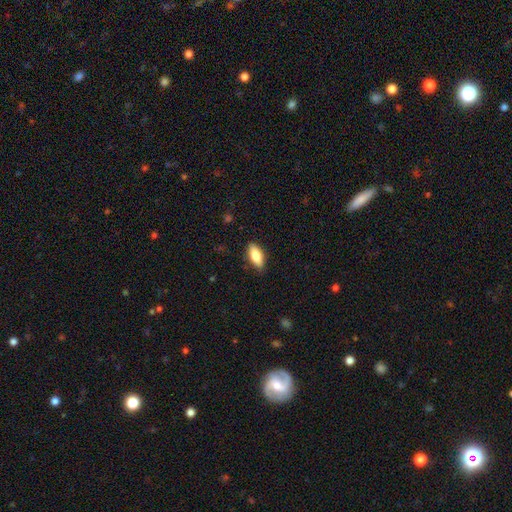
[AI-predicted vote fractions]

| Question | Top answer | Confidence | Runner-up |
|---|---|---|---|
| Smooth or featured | smooth | 81% | featured or disk (13%) |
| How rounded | in between | 81% | cigar-shaped (16%) |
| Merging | none | 85% | minor disturbance (11%) |